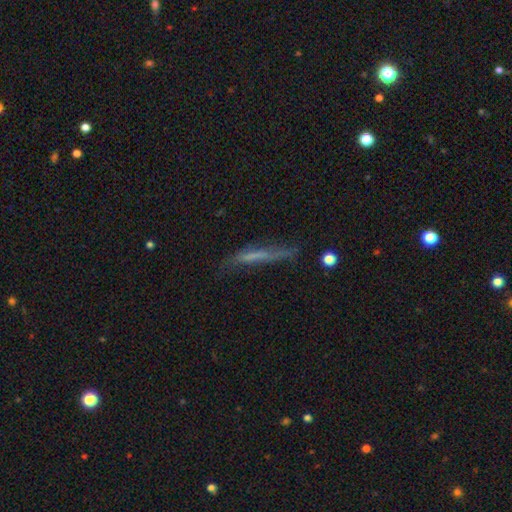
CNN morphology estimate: smooth_or_featured: smooth (p=0.47) [alt: featured or disk p=0.43]
merging: none (p=0.55) [alt: minor disturbance p=0.27]